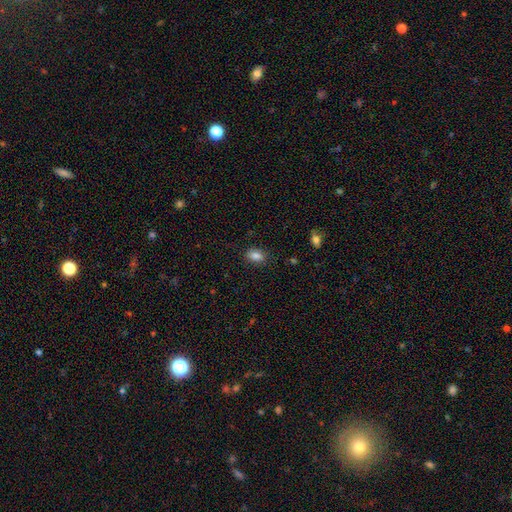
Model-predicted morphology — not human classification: smooth_or_featured: smooth (p=0.85) [alt: star or artifact p=0.09]
how_rounded: in between (p=0.80) [alt: round p=0.18]
merging: none (p=0.85) [alt: minor disturbance p=0.11]